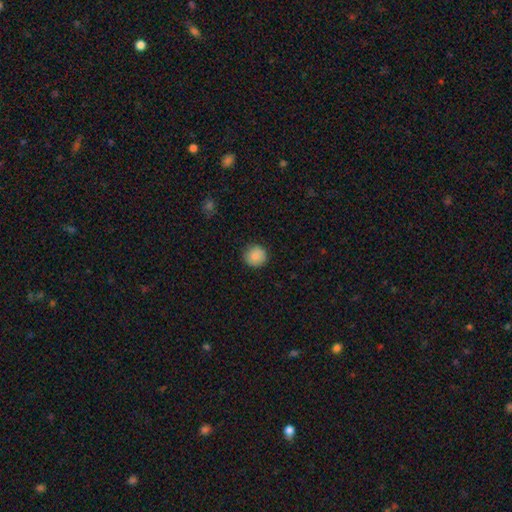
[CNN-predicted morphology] smooth_or_featured: smooth (p=0.88) [alt: star or artifact p=0.08]
how_rounded: round (p=0.93) [alt: in between p=0.06]
merging: none (p=0.88) [alt: minor disturbance p=0.09]